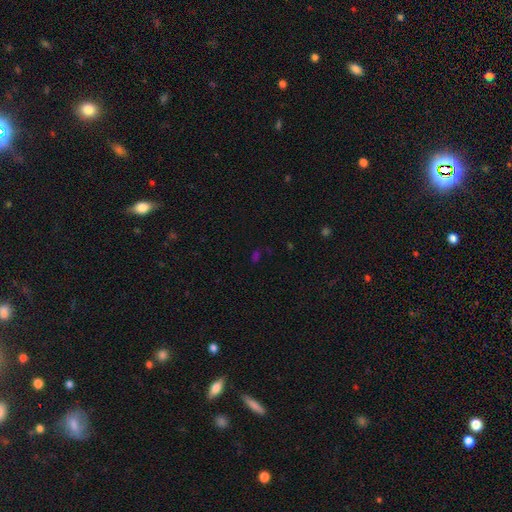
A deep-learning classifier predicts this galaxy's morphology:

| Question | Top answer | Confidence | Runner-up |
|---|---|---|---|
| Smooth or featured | smooth | 49% | star or artifact (43%) |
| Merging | none | 72% | minor disturbance (15%) |